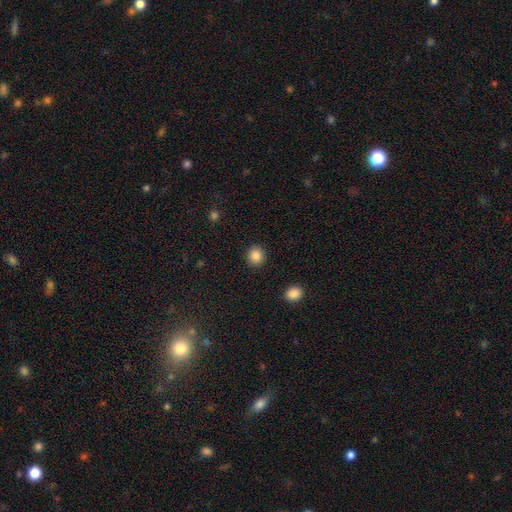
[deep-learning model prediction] Overall: smooth (87%). How rounded: round (87%). Merging: none (91%).